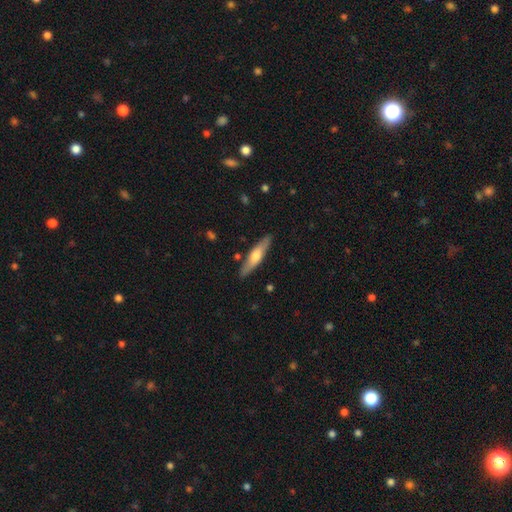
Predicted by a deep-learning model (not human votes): smooth-or-featured: smooth: 48% | featured or disk: 47% | star or artifact: 5%
  merging: none: 87% | minor disturbance: 9% | merger: 2% | major disturbance: 2%